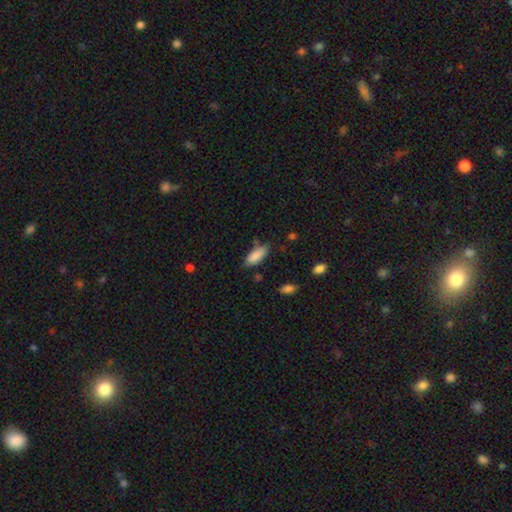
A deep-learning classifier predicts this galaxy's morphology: Smooth or featured? smooth (87%)
How rounded? in between (77%)
Merging? none (65%)